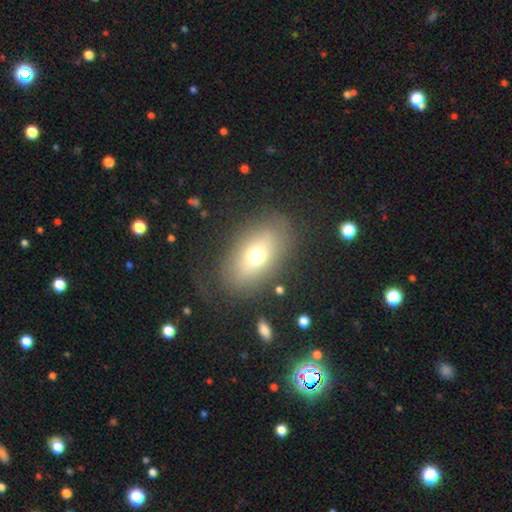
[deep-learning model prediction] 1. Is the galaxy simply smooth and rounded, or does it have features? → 63% smooth, 25% featured or disk, 11% star or artifact.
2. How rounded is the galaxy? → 82% in between, 15% round, 3% cigar-shaped.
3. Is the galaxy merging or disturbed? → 74% none, 14% minor disturbance, 10% major disturbance, 2% merger.